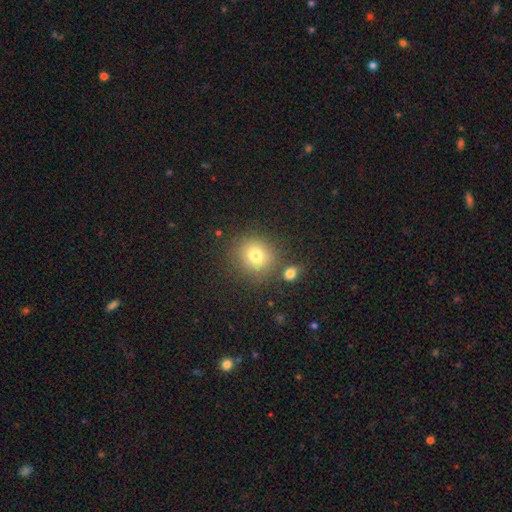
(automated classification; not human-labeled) This is likely a smooth galaxy (77%). How rounded: clearly round (85%). Merging: likely none (78%).